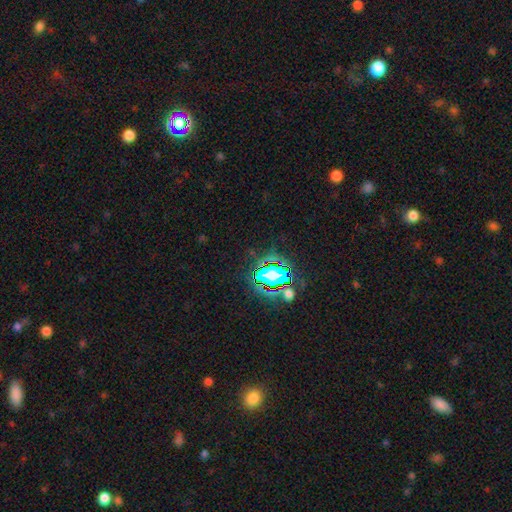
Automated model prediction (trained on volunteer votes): smooth-or-featured: star or artifact: 81% | smooth: 12% | featured or disk: 7%